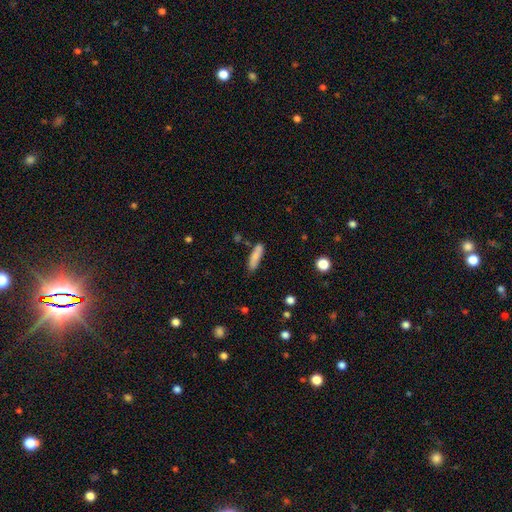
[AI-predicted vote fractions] This appears to be a smooth galaxy with no disk features (81%) that is cigar-shaped (70%). Merging: none (73%).